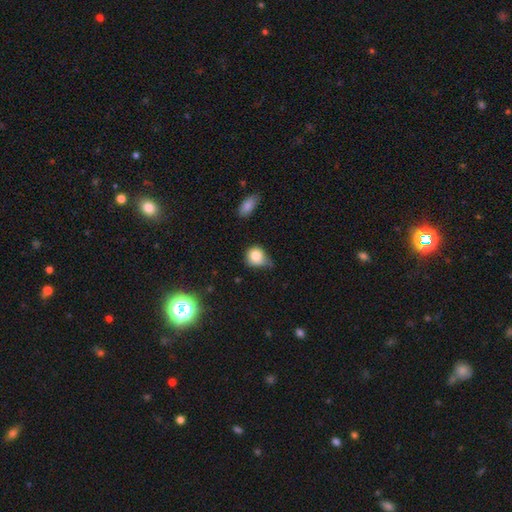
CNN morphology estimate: A smooth galaxy with no disk features (80%) that is round (76%). Merging: minor disturbance (42%).